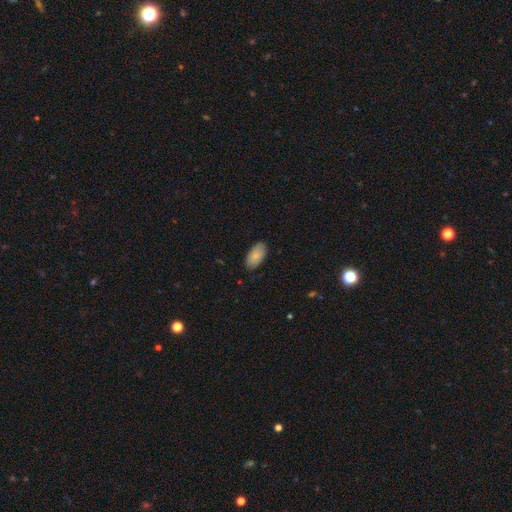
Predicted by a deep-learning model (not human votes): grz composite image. It shows a smooth galaxy with no disk features (83%) that is in between round and cigar-shaped (94%). Merging: none (84%).